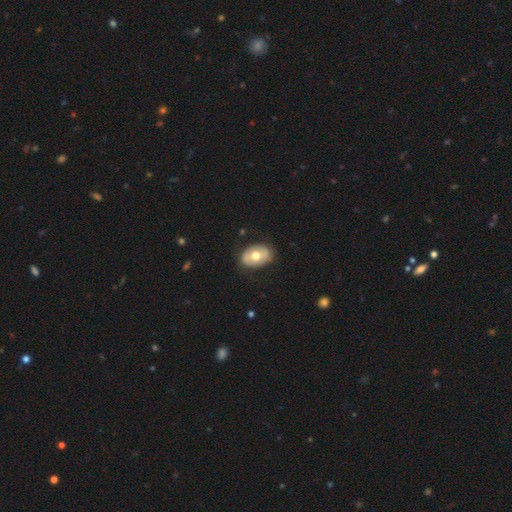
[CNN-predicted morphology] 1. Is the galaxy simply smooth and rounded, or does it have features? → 54% smooth, 40% featured or disk, 6% star or artifact.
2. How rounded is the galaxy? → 77% in between, 22% round, 1% cigar-shaped.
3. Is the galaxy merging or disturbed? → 80% none, 15% minor disturbance, 4% major disturbance, 1% merger.